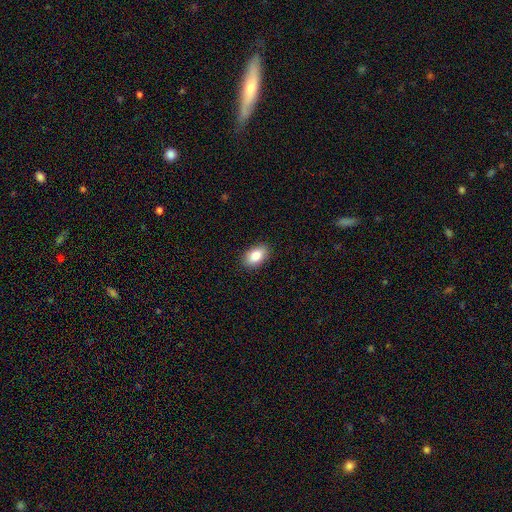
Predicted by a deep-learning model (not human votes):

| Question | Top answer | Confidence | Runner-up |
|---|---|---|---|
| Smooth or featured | smooth | 85% | star or artifact (7%) |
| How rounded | in between | 91% | round (8%) |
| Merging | none | 89% | minor disturbance (8%) |